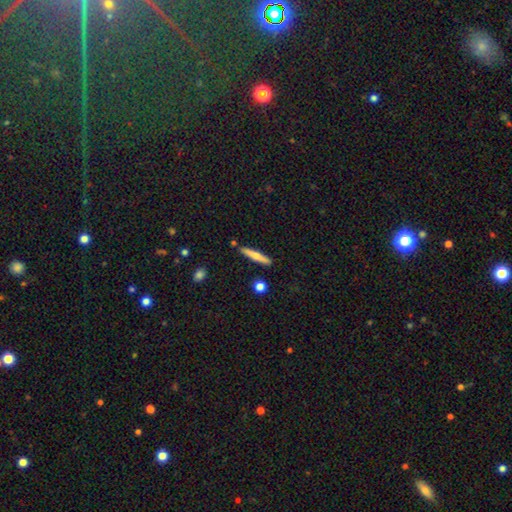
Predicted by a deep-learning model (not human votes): A smooth galaxy with no disk features (58%) that is cigar-shaped (92%).

Vote fractions:
- Smooth or featured? smooth: 58% / featured or disk: 36% / star or artifact: 6%
- How rounded? cigar-shaped: 92% / in between: 7% / round: 2%
- Merging? none: 87% / minor disturbance: 8% / merger: 3% / major disturbance: 2%